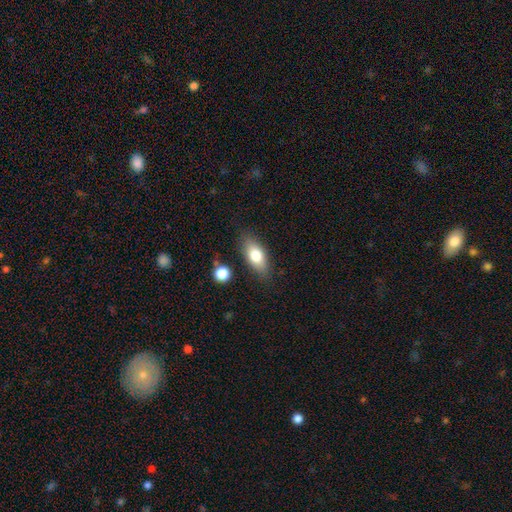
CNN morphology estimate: smooth-or-featured: smooth: 75% | featured or disk: 17% | star or artifact: 7%
  how-rounded: in between: 82% | cigar-shaped: 13% | round: 5%
  merging: none: 80% | minor disturbance: 13% | merger: 3% | major disturbance: 3%